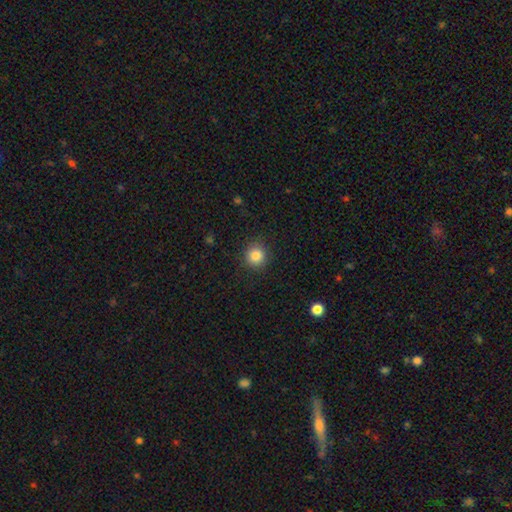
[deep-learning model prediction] This appears to be a smooth galaxy with no disk features (85%) that is round (91%). Merging: none (89%).